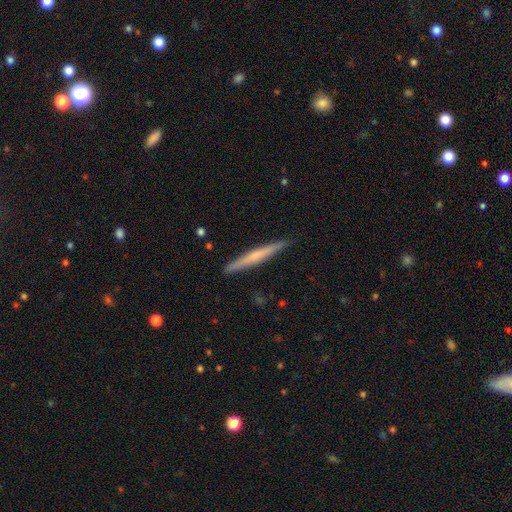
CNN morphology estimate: Smooth or featured? featured or disk (49%)
Merging? none (91%)